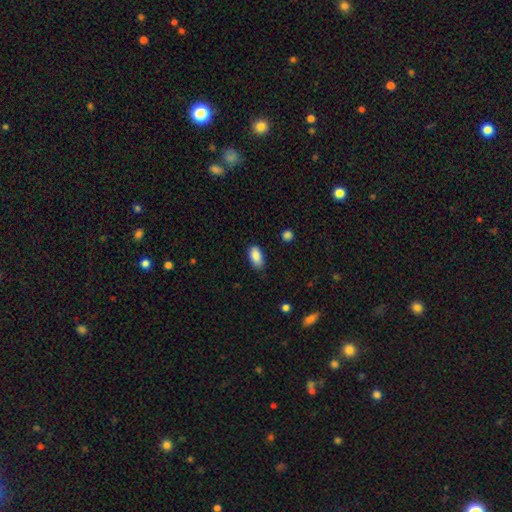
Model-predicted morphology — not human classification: type=smooth (88%); roundness=in between (92%); merging=none (75%).